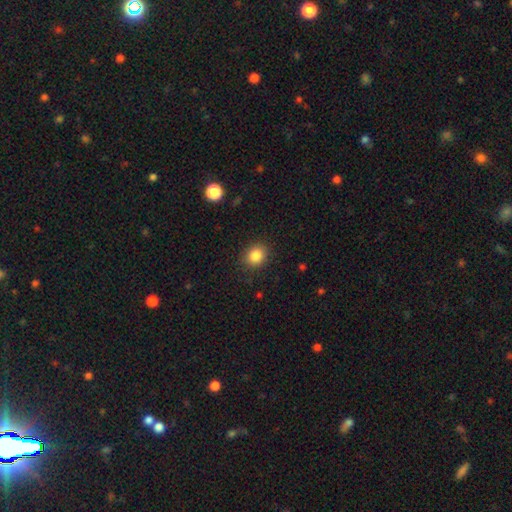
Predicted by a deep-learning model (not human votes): Q: Smooth or featured?
A: smooth (85%); runner-up: star or artifact (10%)
Q: How rounded?
A: round (65%); runner-up: in between (34%)
Q: Merging?
A: none (88%); runner-up: minor disturbance (8%)